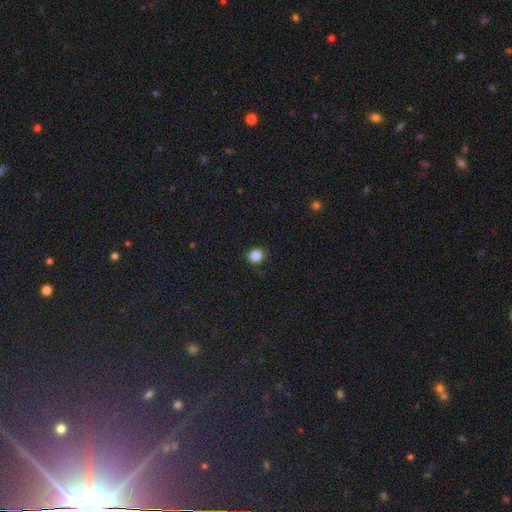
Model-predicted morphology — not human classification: The model was most divided on "how rounded": round: 86%, in between: 13%, cigar-shaped: 1%. More confident: merging — none (87%); smooth or featured — smooth (85%).